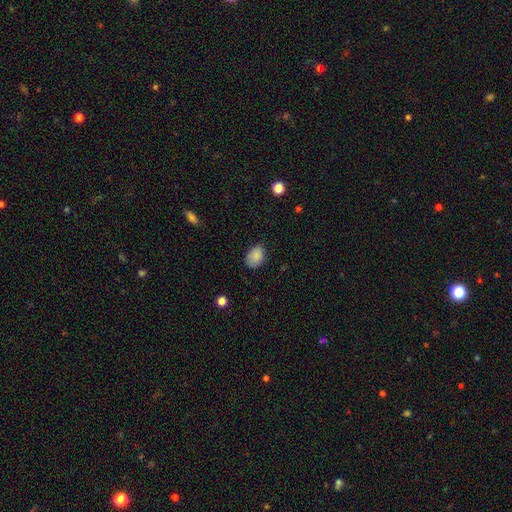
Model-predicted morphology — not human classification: Smooth or featured: smooth — 86% (star or artifact — 8%)
How rounded: in between — 80% (round — 19%)
Merging: none — 73% (minor disturbance — 22%)